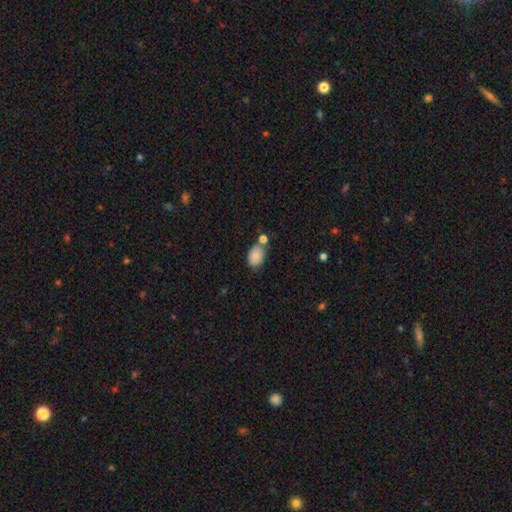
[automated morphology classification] smooth_or_featured: smooth (p=0.86) [alt: star or artifact p=0.08]
how_rounded: in between (p=0.83) [alt: round p=0.15]
merging: none (p=0.53) [alt: merger p=0.25]